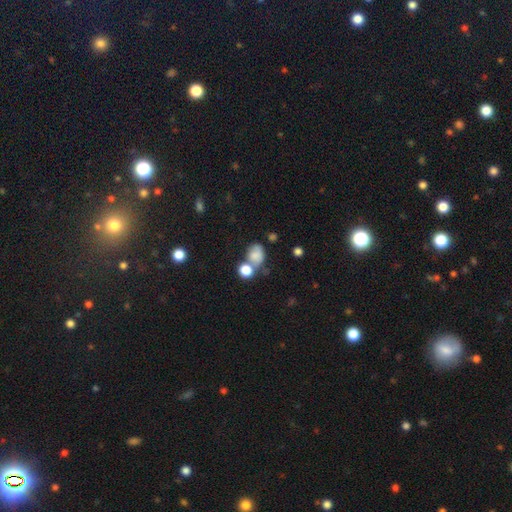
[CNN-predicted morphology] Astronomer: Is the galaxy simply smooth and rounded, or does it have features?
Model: smooth — 77%.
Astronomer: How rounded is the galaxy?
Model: in between — 57% (runner-up: round, 41%).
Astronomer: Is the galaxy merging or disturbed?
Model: merger — 38% (runner-up: none, 36%).